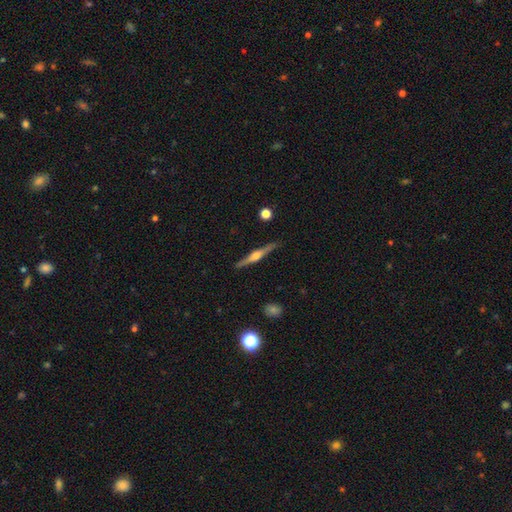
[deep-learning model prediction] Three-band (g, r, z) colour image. It shows a featured or disk galaxy (77%) viewed edge-on (98%) with a rounded central bulge (88%). Merging: none (90%).